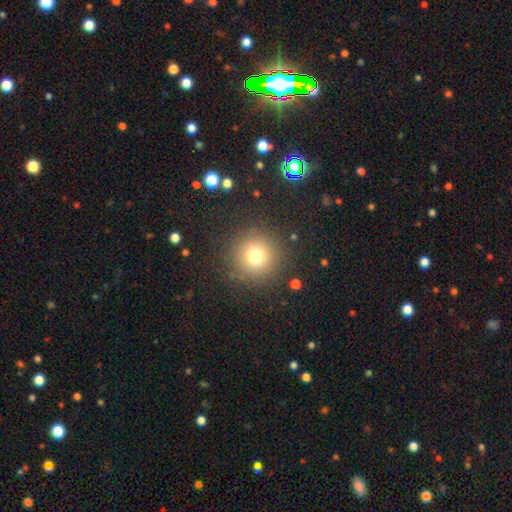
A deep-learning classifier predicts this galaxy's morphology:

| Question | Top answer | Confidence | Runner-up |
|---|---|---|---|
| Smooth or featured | smooth | 74% | star or artifact (17%) |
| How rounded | round | 96% | in between (3%) |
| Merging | none | 88% | minor disturbance (7%) |